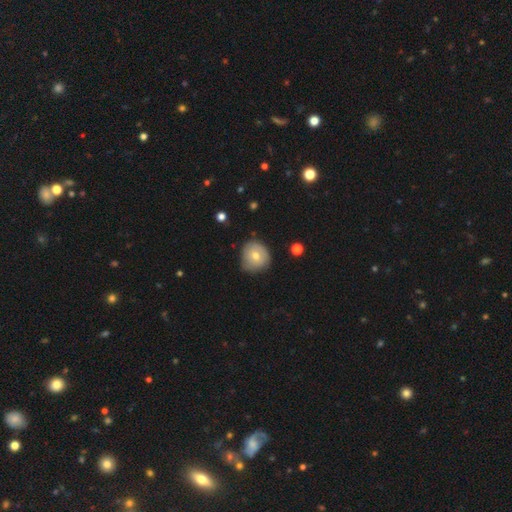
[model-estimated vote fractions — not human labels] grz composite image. It shows a smooth galaxy with no disk features (67%) that is round (87%). Merging: none (67%).